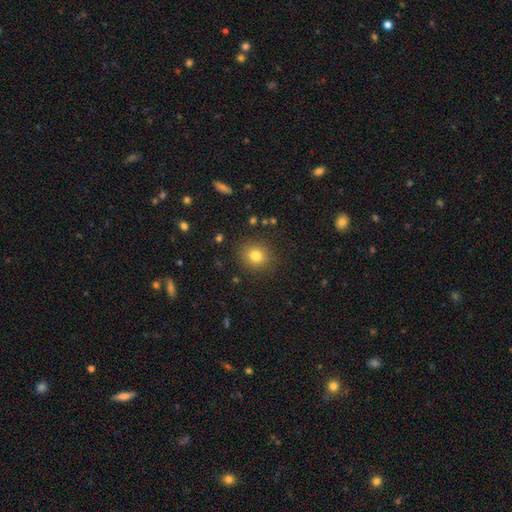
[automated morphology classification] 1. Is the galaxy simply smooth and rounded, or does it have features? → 80% smooth, 13% star or artifact, 7% featured or disk.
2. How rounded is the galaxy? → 82% round, 17% in between, 1% cigar-shaped.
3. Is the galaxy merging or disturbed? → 88% none, 8% minor disturbance, 3% major disturbance, 1% merger.